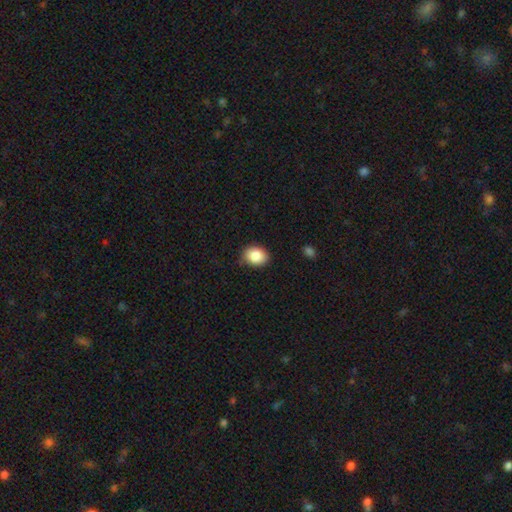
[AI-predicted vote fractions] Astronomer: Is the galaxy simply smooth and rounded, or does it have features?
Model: smooth — 87%.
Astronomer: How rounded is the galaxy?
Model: in between — 57% (runner-up: round, 43%).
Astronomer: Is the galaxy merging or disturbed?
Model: none — 82%.